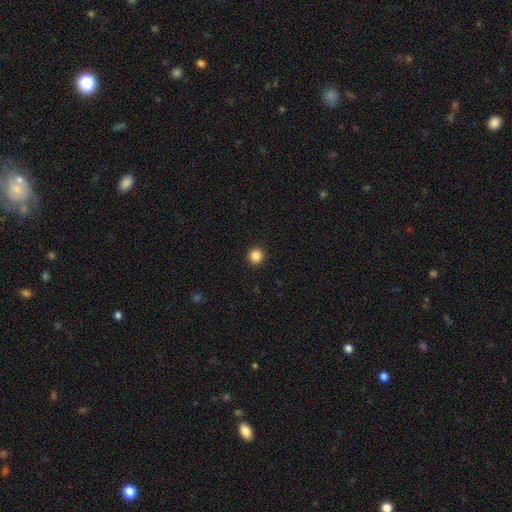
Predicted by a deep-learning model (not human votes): Overall: smooth (86%). How rounded: round (95%). Merging: none (93%).